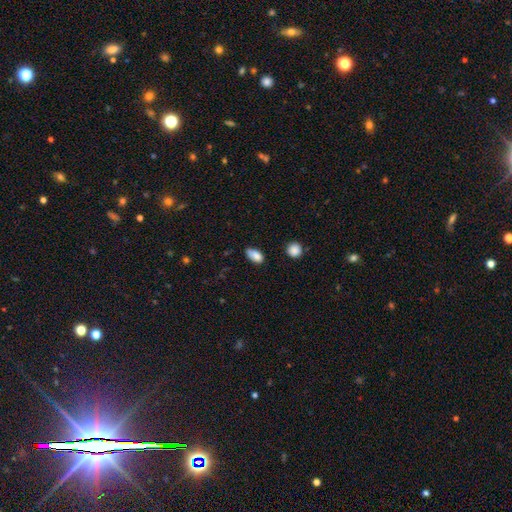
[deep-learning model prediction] Smooth or featured? smooth (85%)
How rounded? in between (88%)
Merging? none (63%)